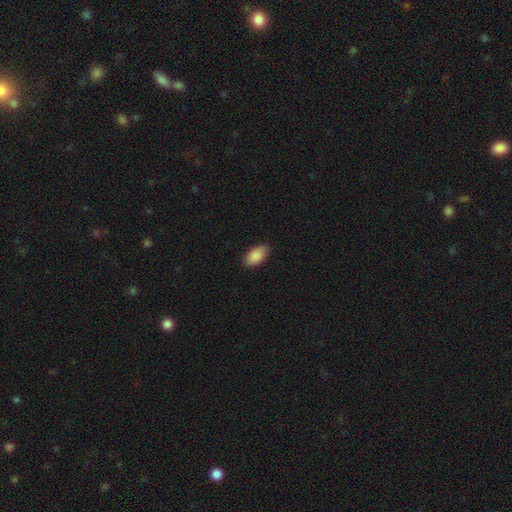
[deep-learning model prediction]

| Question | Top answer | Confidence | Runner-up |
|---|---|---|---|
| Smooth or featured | smooth | 90% | star or artifact (6%) |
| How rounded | in between | 95% | round (3%) |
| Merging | none | 87% | minor disturbance (11%) |